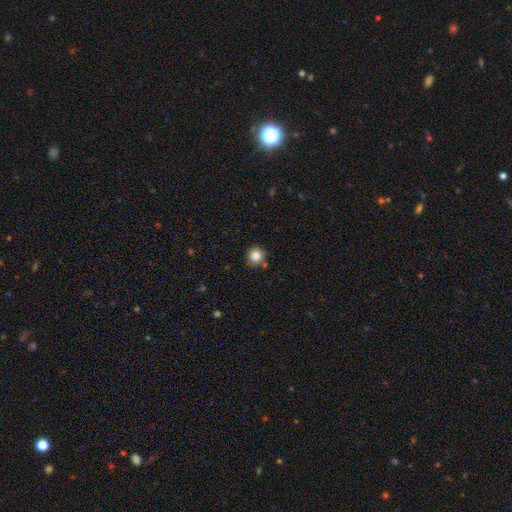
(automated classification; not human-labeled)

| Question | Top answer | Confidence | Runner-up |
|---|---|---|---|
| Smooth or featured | smooth | 84% | star or artifact (11%) |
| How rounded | round | 92% | in between (7%) |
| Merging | none | 84% | minor disturbance (10%) |